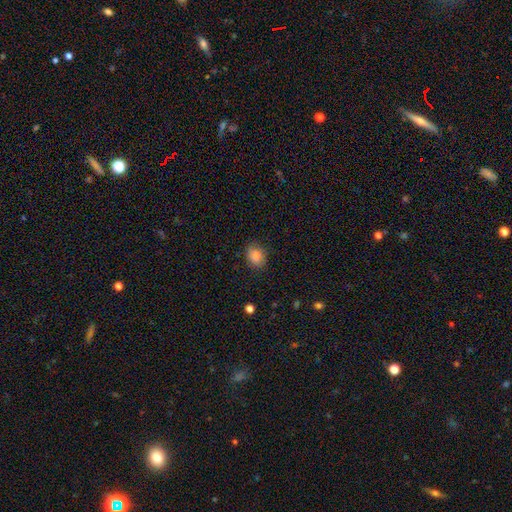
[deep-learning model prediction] Smooth or featured? Predicted: smooth (p=0.84). How rounded? Predicted: in between (p=0.55). Merging? Predicted: none (p=0.83).